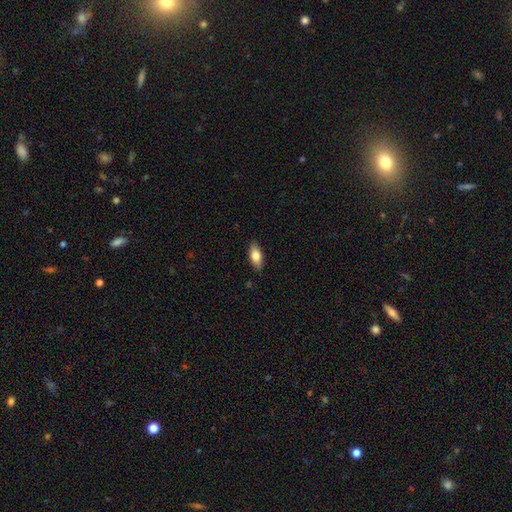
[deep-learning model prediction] Smooth or featured: smooth — 79% (featured or disk — 15%)
How rounded: in between — 84% (cigar-shaped — 13%)
Merging: none — 87% (minor disturbance — 10%)